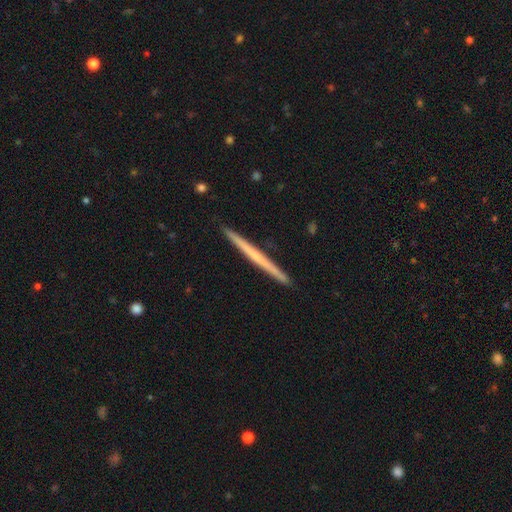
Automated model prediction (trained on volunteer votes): Smooth or featured: featured or disk — 54% (smooth — 41%)
Edge-on disk: yes — 98% (no — 2%)
Edge-on bulge: none — 82% (rounded — 14%)
Merging: none — 93% (minor disturbance — 5%)